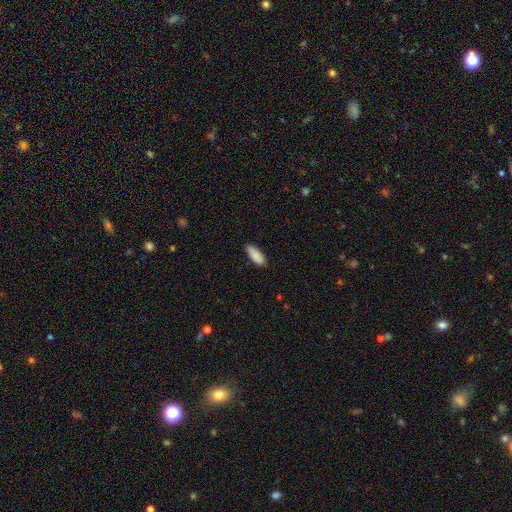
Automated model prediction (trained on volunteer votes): Smooth or featured?
  - smooth: 88% *
  - star or artifact: 6%
  - featured or disk: 6%
How rounded?
  - in between: 79% *
  - cigar-shaped: 20%
  - round: 2%
Merging?
  - none: 83% *
  - minor disturbance: 14%
  - major disturbance: 2%
  - merger: 1%